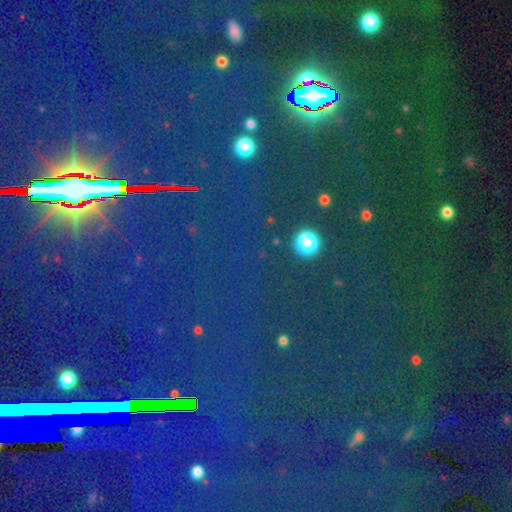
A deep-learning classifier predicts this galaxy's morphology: Overall: star or artifact (83%).